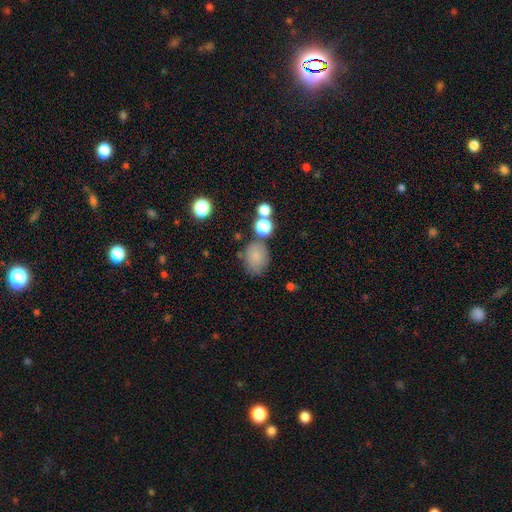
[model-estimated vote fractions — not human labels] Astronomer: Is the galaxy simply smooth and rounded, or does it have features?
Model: smooth — 78%.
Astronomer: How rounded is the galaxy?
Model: in between — 59% (runner-up: round, 40%).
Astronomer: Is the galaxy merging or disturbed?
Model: none — 62%.